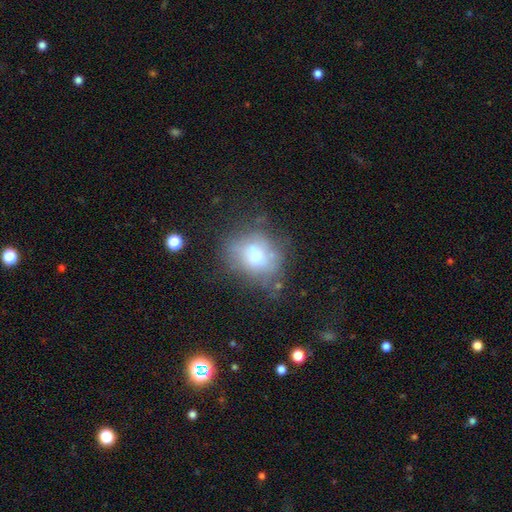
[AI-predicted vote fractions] smooth-or-featured: smooth: 56% | featured or disk: 32% | star or artifact: 12%
  how-rounded: round: 52% | in between: 47% | cigar-shaped: 1%
  merging: none: 49% | minor disturbance: 26% | major disturbance: 16% | merger: 9%